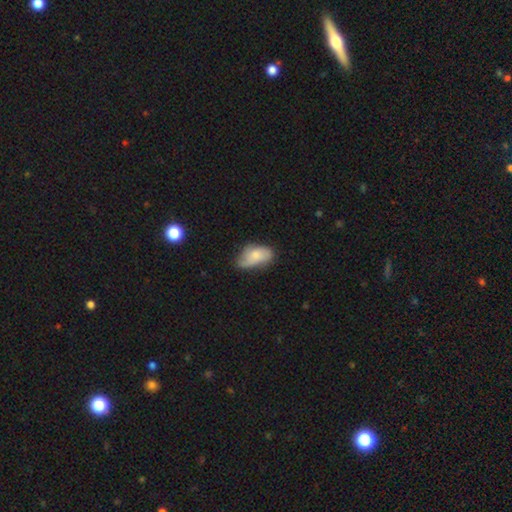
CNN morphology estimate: smooth_or_featured: smooth (p=0.71) [alt: featured or disk p=0.22]
how_rounded: in between (p=0.92) [alt: round p=0.04]
merging: none (p=0.42) [alt: minor disturbance p=0.39]